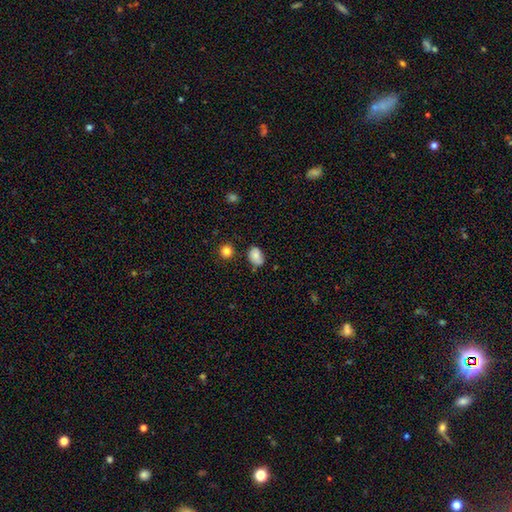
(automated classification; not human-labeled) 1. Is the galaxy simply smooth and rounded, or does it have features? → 80% smooth, 10% featured or disk, 9% star or artifact.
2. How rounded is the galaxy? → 75% in between, 24% round, 1% cigar-shaped.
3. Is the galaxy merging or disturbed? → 66% none, 25% minor disturbance, 5% major disturbance, 4% merger.